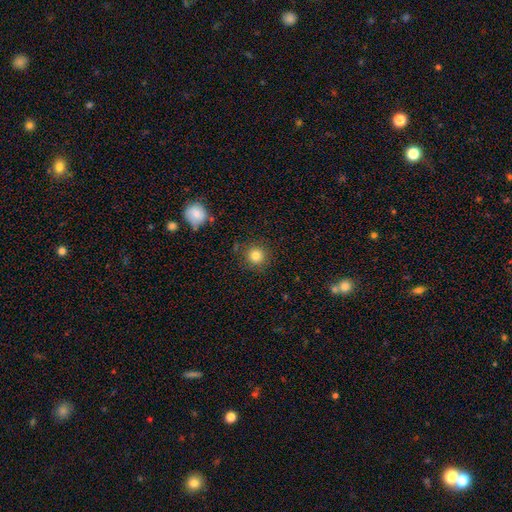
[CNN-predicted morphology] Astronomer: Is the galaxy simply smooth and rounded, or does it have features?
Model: smooth — 83%.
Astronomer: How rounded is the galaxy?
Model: round — 93%.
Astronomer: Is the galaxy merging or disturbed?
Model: none — 87%.